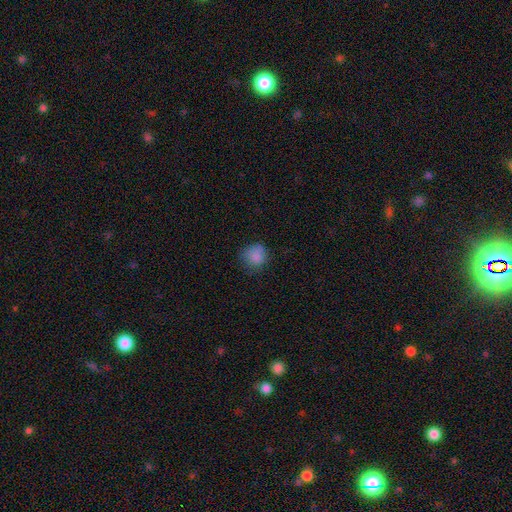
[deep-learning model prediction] Q: Smooth or featured?
A: smooth (83%); runner-up: star or artifact (11%)
Q: How rounded?
A: round (82%); runner-up: in between (17%)
Q: Merging?
A: none (70%); runner-up: minor disturbance (22%)